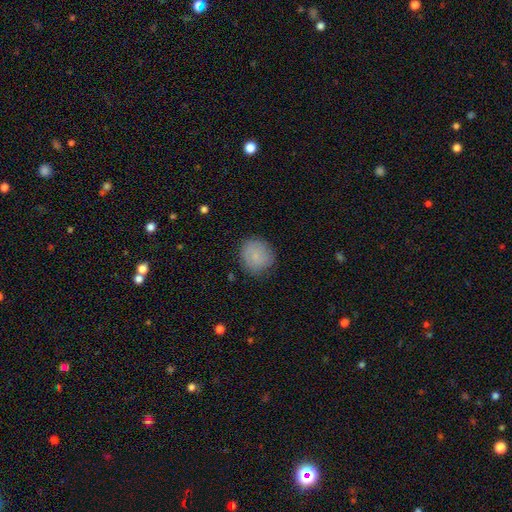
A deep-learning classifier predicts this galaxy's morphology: This appears to be a smooth galaxy with no disk features (78%) that is round (85%). Merging: none (84%).